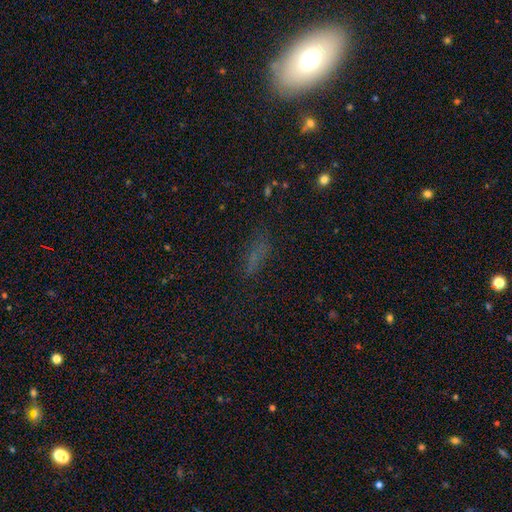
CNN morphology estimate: smooth-or-featured: smooth: 56% | star or artifact: 29% | featured or disk: 15%
  how-rounded: cigar-shaped: 53% | in between: 42% | round: 5%
  merging: none: 68% | minor disturbance: 18% | major disturbance: 10% | merger: 3%